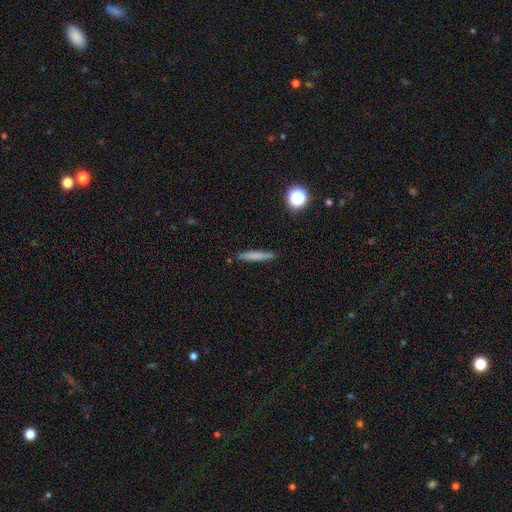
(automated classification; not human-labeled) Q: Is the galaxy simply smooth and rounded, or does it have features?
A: smooth — 69%.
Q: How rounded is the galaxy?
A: cigar-shaped — 93%.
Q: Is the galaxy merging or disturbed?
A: none — 87%.